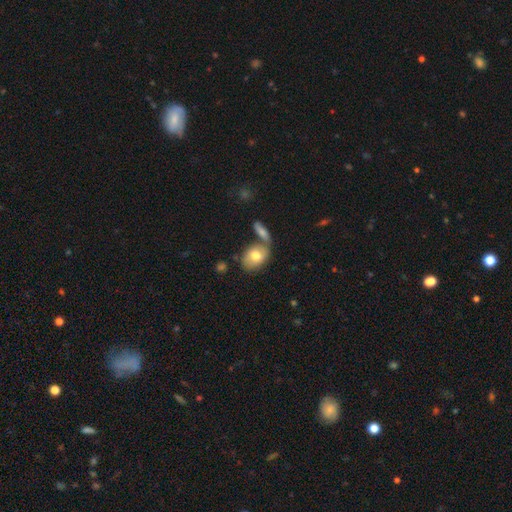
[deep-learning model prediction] Smooth or featured: smooth — 74% (featured or disk — 19%)
How rounded: in between — 78% (round — 20%)
Merging: none — 49% (merger — 33%)